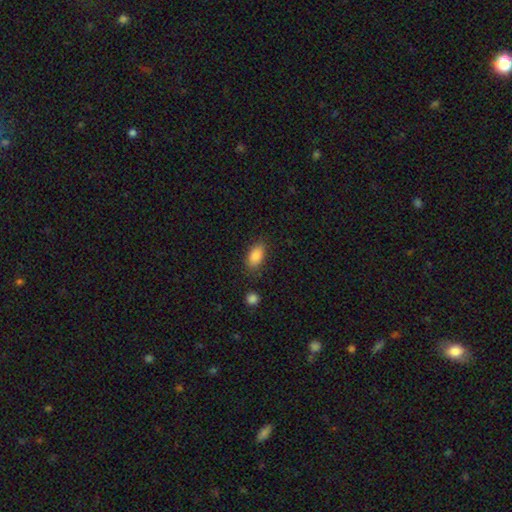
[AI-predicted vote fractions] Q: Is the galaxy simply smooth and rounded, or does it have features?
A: smooth — 85%.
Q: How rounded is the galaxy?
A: in between — 89%.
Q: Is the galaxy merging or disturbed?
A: none — 80%.